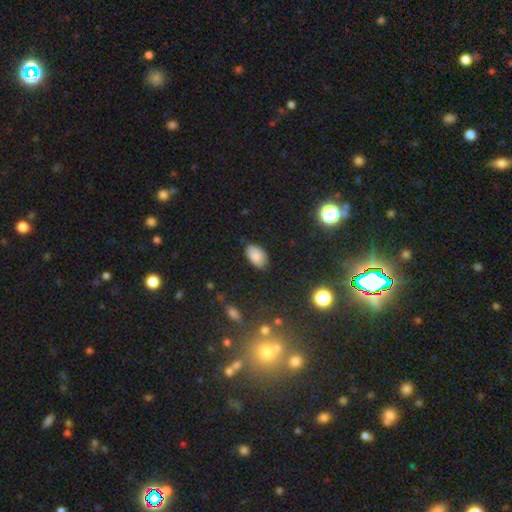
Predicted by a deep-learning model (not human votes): This appears to be a smooth galaxy with no disk features (84%) that is in between round and cigar-shaped (93%). Merging: none (79%).